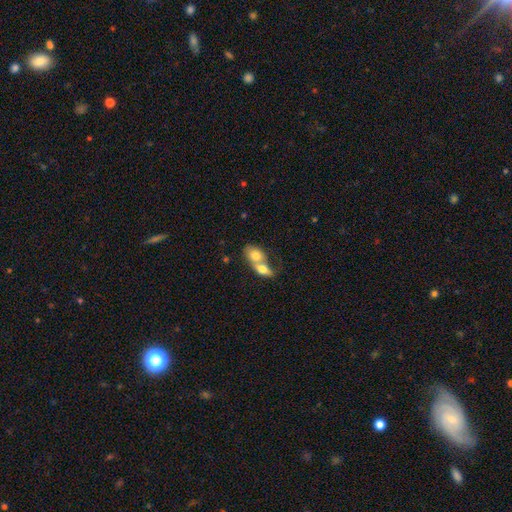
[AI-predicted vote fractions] Overall: smooth (73%). How rounded: in between (71%). Merging: merger (77%).